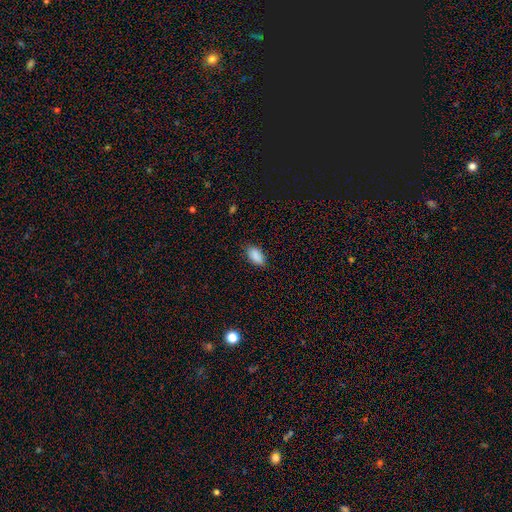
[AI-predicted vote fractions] Smooth or featured?
  - smooth: 89% *
  - star or artifact: 8%
  - featured or disk: 4%
How rounded?
  - in between: 92% *
  - cigar-shaped: 4%
  - round: 4%
Merging?
  - none: 80% *
  - minor disturbance: 16%
  - major disturbance: 3%
  - merger: 1%